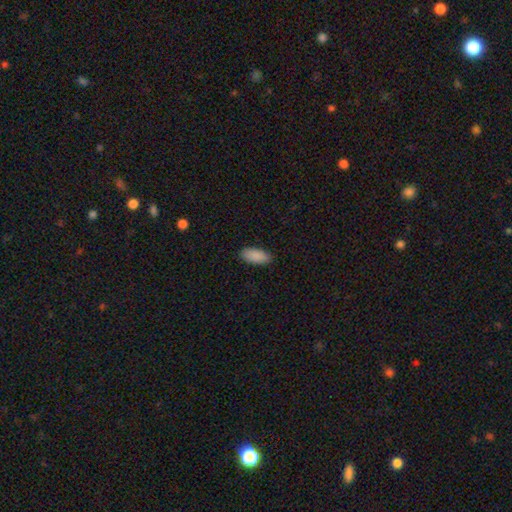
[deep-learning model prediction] Q: Smooth or featured?
A: smooth (91%); runner-up: star or artifact (6%)
Q: How rounded?
A: in between (89%); runner-up: cigar-shaped (9%)
Q: Merging?
A: none (89%); runner-up: minor disturbance (8%)